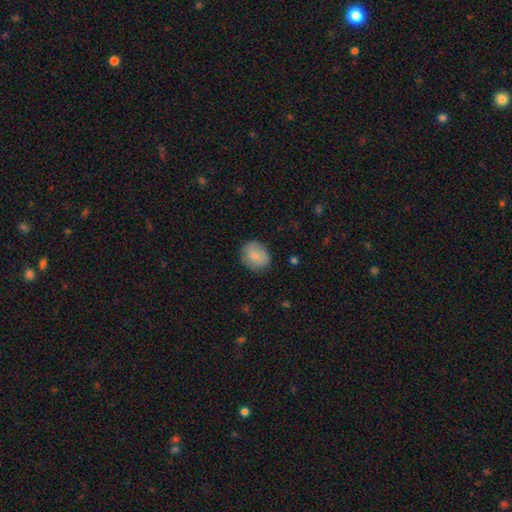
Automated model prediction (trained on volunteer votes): Smooth or featured?
  - smooth: 84% *
  - featured or disk: 8%
  - star or artifact: 7%
How rounded?
  - round: 61% *
  - in between: 38%
  - cigar-shaped: 1%
Merging?
  - none: 83% *
  - minor disturbance: 13%
  - major disturbance: 3%
  - merger: 1%